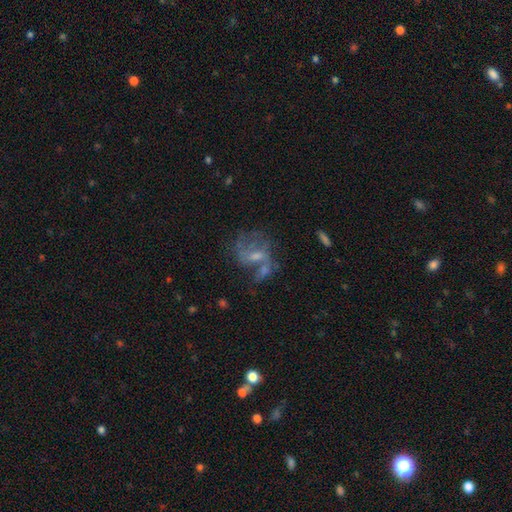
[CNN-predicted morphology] Overall: featured or disk (64%). Edge-on disk: no (96%). Bar: weak (46%; no 41%). Spiral arms: yes (65%; no 35%). Bulge size: small (42%; moderate 36%). Merging: none (36%; major disturbance 24%).